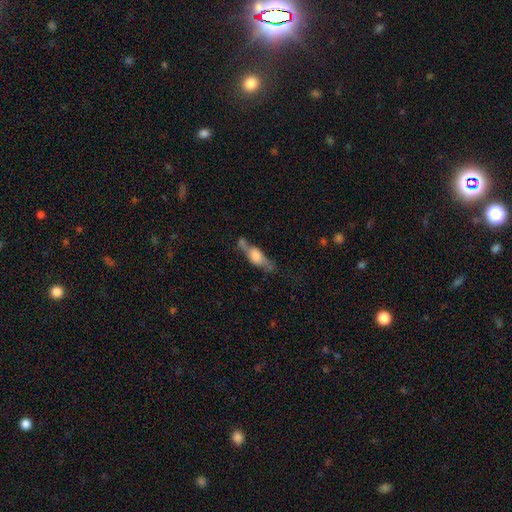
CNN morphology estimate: smooth-or-featured: featured or disk: 52% | smooth: 41% | star or artifact: 7%
  disk-edge-on: yes: 79% | no: 21%
  merging: none: 53% | minor disturbance: 22% | merger: 16% | major disturbance: 9%